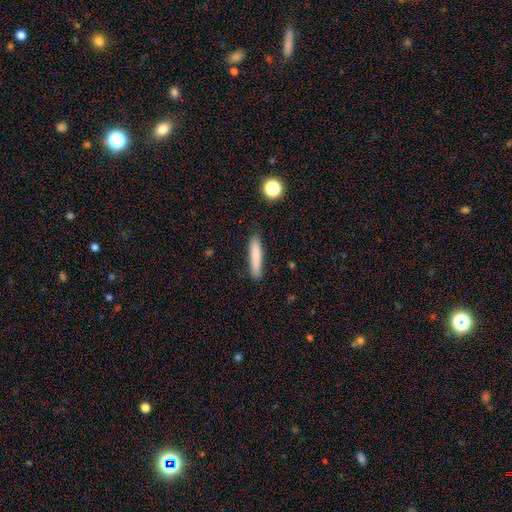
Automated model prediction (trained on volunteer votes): Smooth or featured? Predicted: smooth (p=0.78). How rounded? Predicted: cigar-shaped (p=0.90). Merging? Predicted: none (p=0.85).